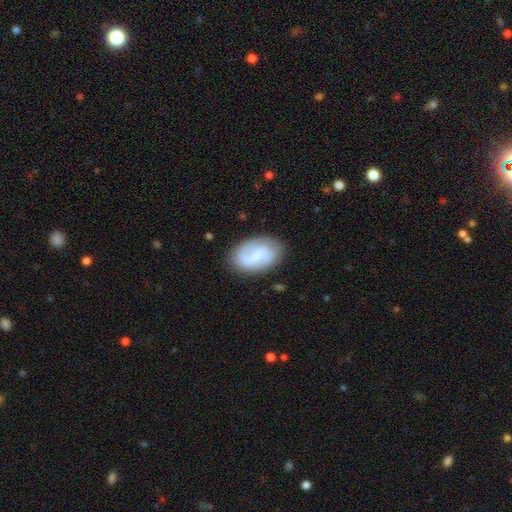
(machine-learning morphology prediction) Overall: featured or disk (54%; smooth 39%). Edge-on disk: no (96%). Bar: weak (49%; strong 27%). Spiral arms: yes (82%). Bulge size: none (41%; small 39%). Merging: none (79%).